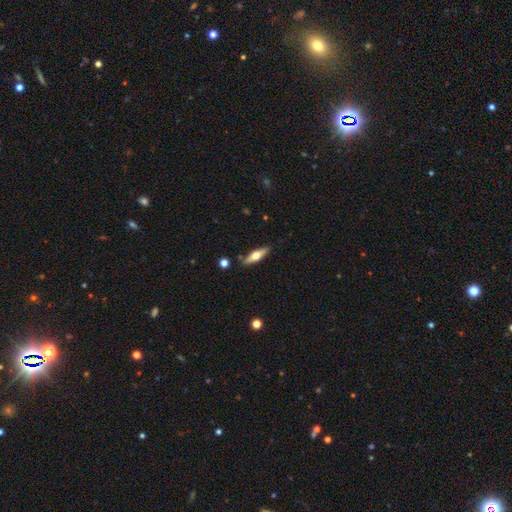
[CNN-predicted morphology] type=featured or disk (52%); edge-on=yes (91%); merging=none (85%).